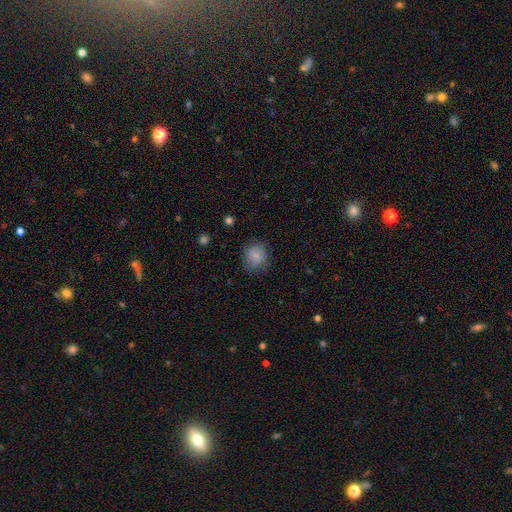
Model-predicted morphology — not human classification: A smooth galaxy with no disk features (84%) that is round (77%).

Vote fractions:
- Smooth or featured? smooth: 84% / star or artifact: 9% / featured or disk: 7%
- How rounded? round: 77% / in between: 22% / cigar-shaped: 1%
- Merging? none: 78% / minor disturbance: 16% / major disturbance: 5% / merger: 1%